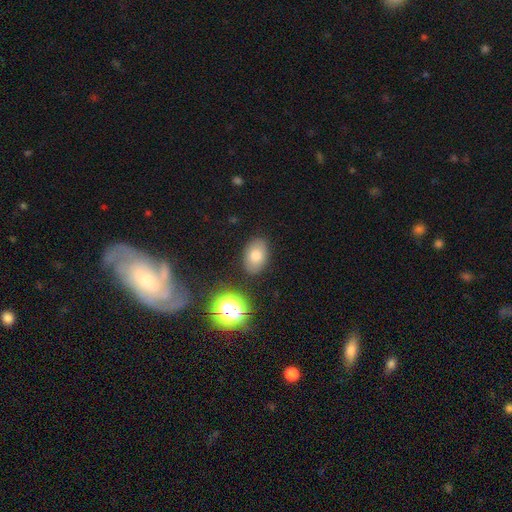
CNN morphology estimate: Smooth or featured?
  - smooth: 75% *
  - featured or disk: 13%
  - star or artifact: 12%
How rounded?
  - in between: 81% *
  - round: 18%
  - cigar-shaped: 1%
Merging?
  - none: 83% *
  - minor disturbance: 11%
  - major disturbance: 3%
  - merger: 3%